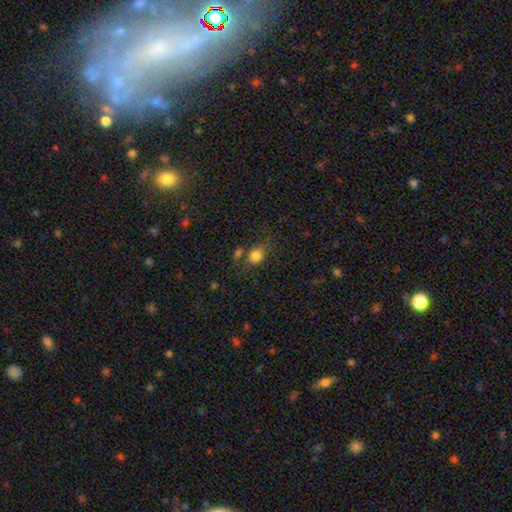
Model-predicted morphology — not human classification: This appears to be a smooth galaxy with no disk features (82%) that is round (59%). Merging: none (63%).